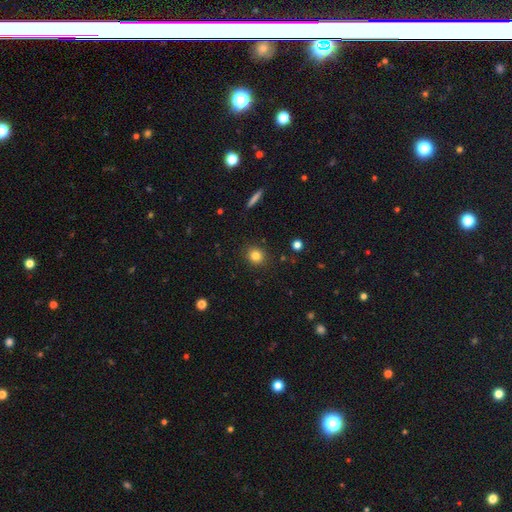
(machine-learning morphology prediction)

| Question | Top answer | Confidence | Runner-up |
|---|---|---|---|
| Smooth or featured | smooth | 81% | star or artifact (11%) |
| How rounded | round | 82% | in between (17%) |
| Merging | none | 89% | minor disturbance (7%) |